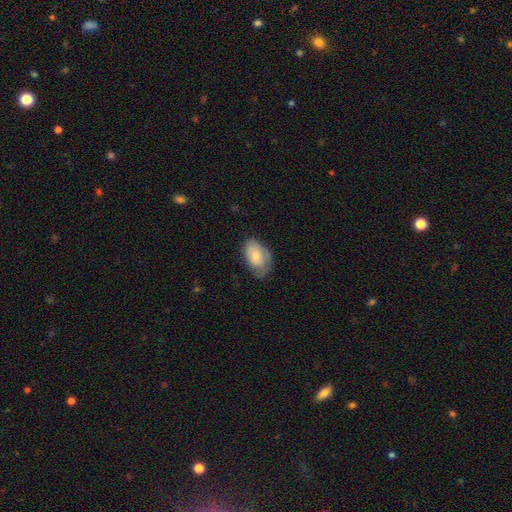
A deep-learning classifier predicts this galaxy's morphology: Q: Smooth or featured?
A: smooth (68%); runner-up: featured or disk (26%)
Q: How rounded?
A: in between (91%); runner-up: round (7%)
Q: Merging?
A: none (54%); runner-up: minor disturbance (33%)